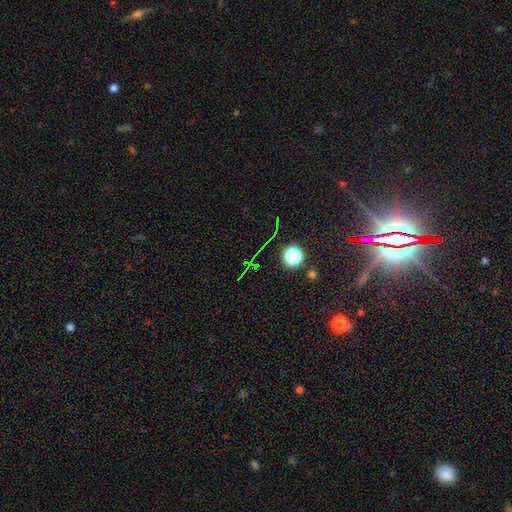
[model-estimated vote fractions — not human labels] The model was most divided on "smooth or featured": star or artifact: 80%, featured or disk: 10%, smooth: 10%.